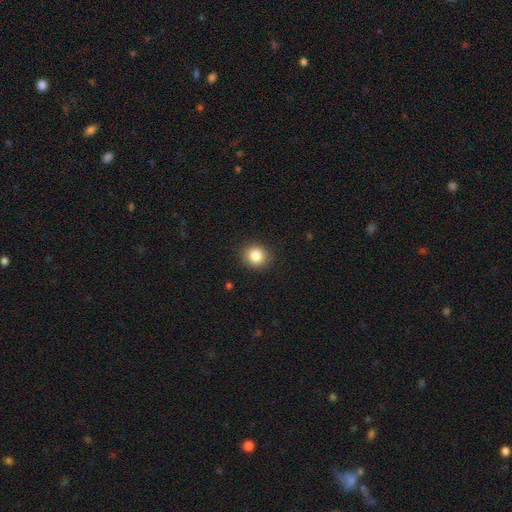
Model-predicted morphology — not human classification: smooth_or_featured: smooth (p=0.85) [alt: star or artifact p=0.10]
how_rounded: round (p=0.80) [alt: in between p=0.19]
merging: none (p=0.90) [alt: minor disturbance p=0.07]